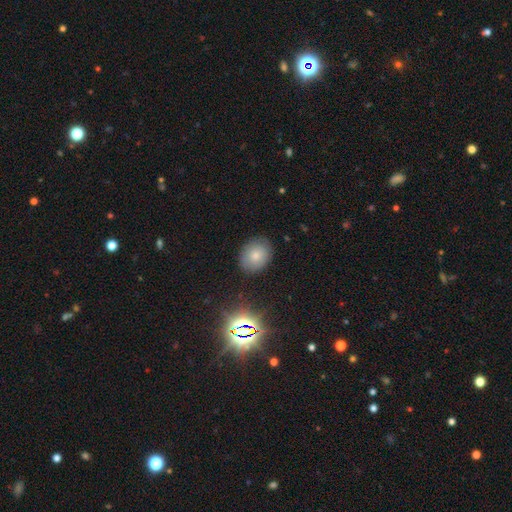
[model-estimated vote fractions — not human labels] Q: Smooth or featured?
A: smooth (75%); runner-up: star or artifact (13%)
Q: How rounded?
A: in between (53%); runner-up: round (46%)
Q: Merging?
A: none (85%); runner-up: minor disturbance (11%)